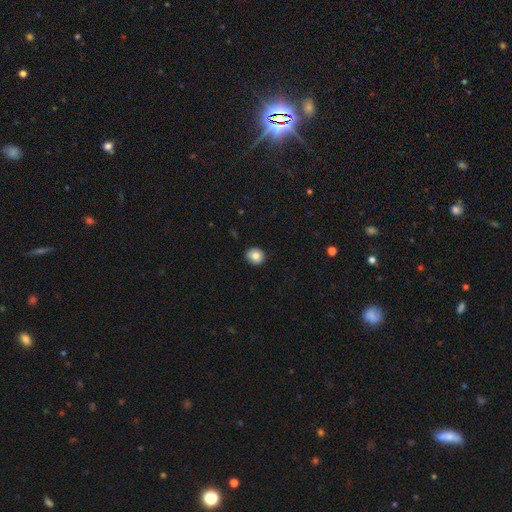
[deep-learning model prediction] Overall: smooth (82%). How rounded: round (80%). Merging: none (90%).